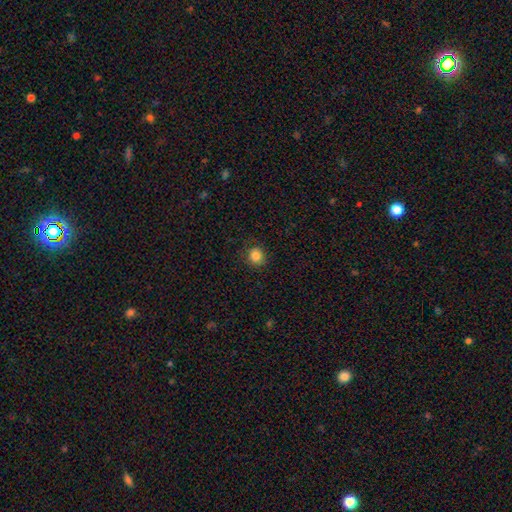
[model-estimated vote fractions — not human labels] Smooth or featured: smooth — 84% (star or artifact — 11%)
How rounded: round — 86% (in between — 13%)
Merging: none — 86% (minor disturbance — 10%)